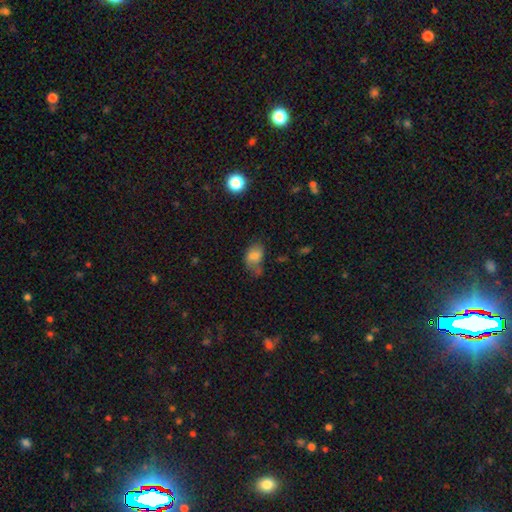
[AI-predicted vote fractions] Smooth or featured: smooth — 72% (featured or disk — 14%)
How rounded: in between — 80% (round — 19%)
Merging: none — 47% (minor disturbance — 29%)